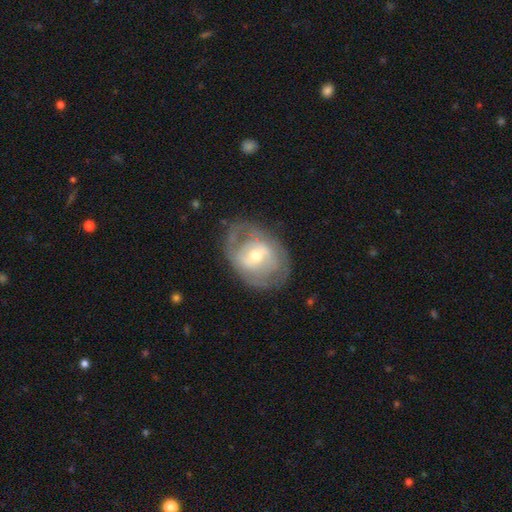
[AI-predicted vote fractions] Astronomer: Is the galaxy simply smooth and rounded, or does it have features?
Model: featured or disk — 66%.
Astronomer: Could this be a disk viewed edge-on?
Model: no — 95%.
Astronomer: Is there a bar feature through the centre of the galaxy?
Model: weak — 42% (runner-up: no, 38%).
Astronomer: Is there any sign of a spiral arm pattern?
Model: yes — 56% (runner-up: no, 44%).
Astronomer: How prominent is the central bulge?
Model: moderate — 56% (runner-up: small, 37%).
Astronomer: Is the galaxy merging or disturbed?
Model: none — 67%.